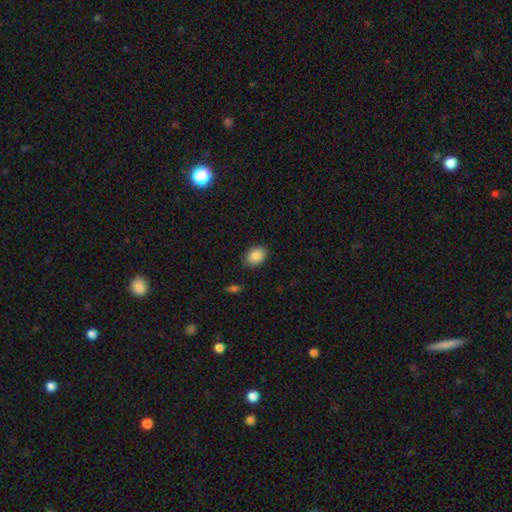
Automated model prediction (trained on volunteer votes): Overall: smooth (88%). How rounded: in between (74%). Merging: none (87%).